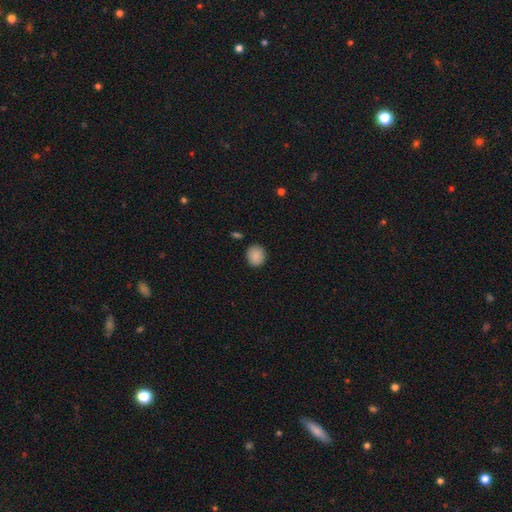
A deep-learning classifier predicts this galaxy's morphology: type=smooth (89%); roundness=round (75%); merging=none (86%).